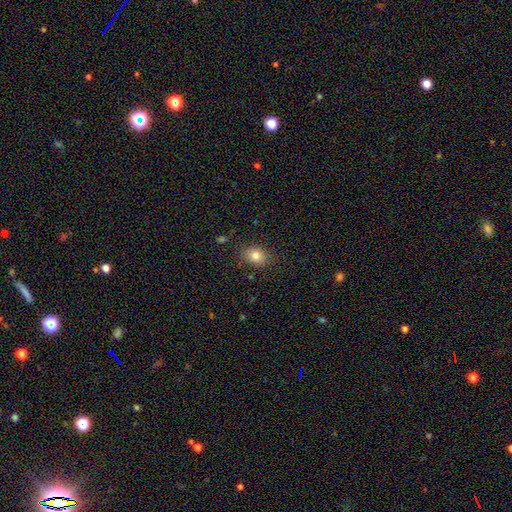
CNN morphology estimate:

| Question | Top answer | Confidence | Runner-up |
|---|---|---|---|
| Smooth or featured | smooth | 81% | star or artifact (11%) |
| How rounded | in between | 58% | round (41%) |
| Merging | none | 82% | minor disturbance (13%) |